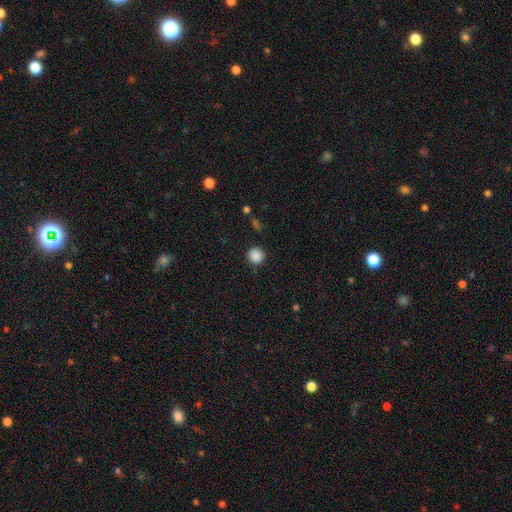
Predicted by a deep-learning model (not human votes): Overall: smooth (88%). How rounded: round (94%). Merging: none (90%).